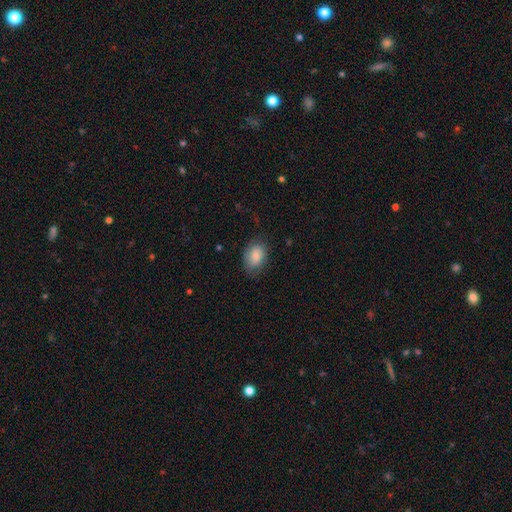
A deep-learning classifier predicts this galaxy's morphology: Smooth or featured? Predicted: smooth (p=0.80). How rounded? Predicted: in between (p=0.80). Merging? Predicted: none (p=0.73).